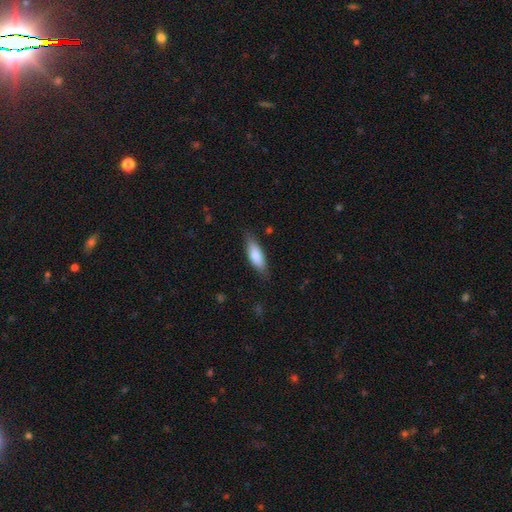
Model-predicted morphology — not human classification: Q: Smooth or featured?
A: smooth (79%); runner-up: featured or disk (16%)
Q: How rounded?
A: in between (56%); runner-up: cigar-shaped (42%)
Q: Merging?
A: none (80%); runner-up: minor disturbance (16%)